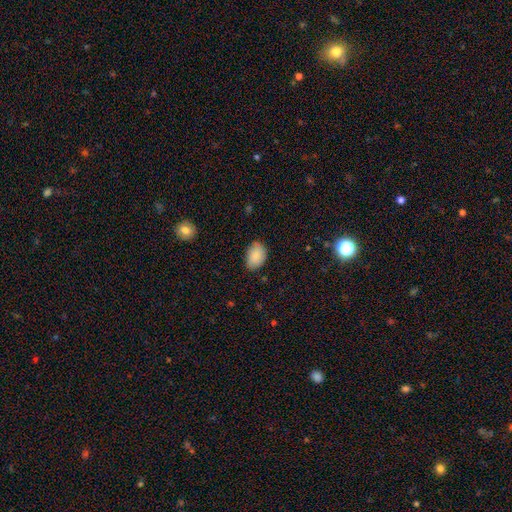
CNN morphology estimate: Q: Smooth or featured?
A: smooth (86%); runner-up: featured or disk (7%)
Q: How rounded?
A: in between (86%); runner-up: round (13%)
Q: Merging?
A: none (76%); runner-up: minor disturbance (20%)